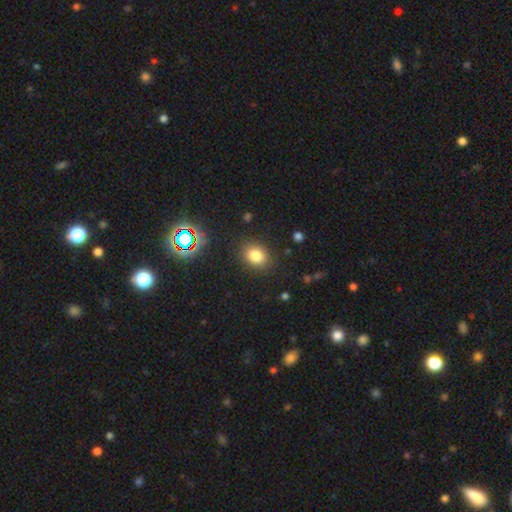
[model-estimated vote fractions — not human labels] A smooth galaxy with no disk features (79%) that is in between round and cigar-shaped (53%).

Vote fractions:
- Smooth or featured? smooth: 79% / star or artifact: 14% / featured or disk: 7%
- How rounded? in between: 53% / round: 46% / cigar-shaped: 1%
- Merging? none: 85% / minor disturbance: 10% / major disturbance: 3% / merger: 2%